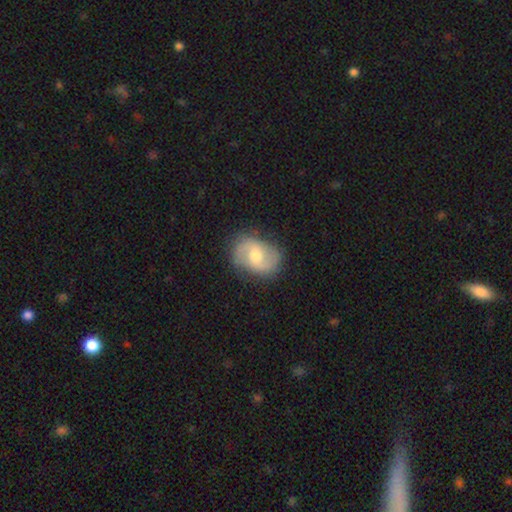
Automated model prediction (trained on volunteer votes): Overall: featured or disk (70%). Edge-on disk: no (97%). Bar: no (46%; weak 45%). Spiral arms: yes (89%). Spiral arm count: 2 (89%). Spiral winding: medium (48%; loose 33%). Bulge size: moderate (70%). Merging: none (80%).